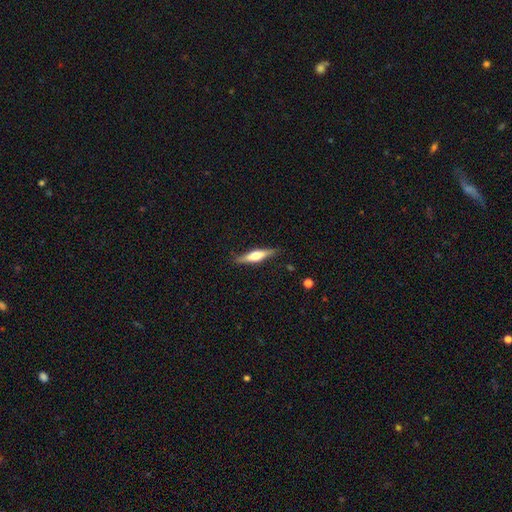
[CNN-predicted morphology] type=featured or disk (55%); edge-on=yes (94%); edge-on bulge=rounded (88%); merging=none (84%).